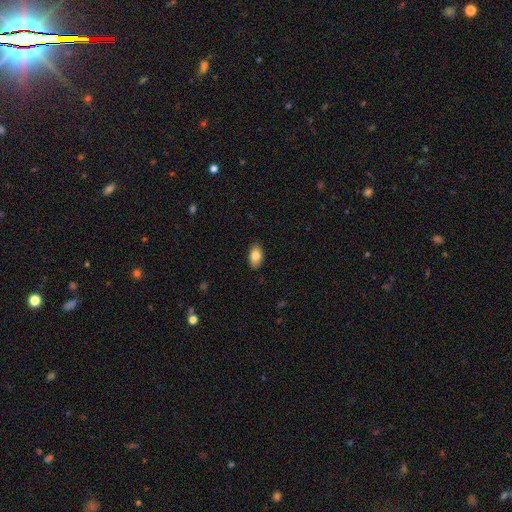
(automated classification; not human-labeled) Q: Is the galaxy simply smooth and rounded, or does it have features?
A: smooth — 82%.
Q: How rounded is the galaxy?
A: in between — 92%.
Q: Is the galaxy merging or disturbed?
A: none — 87%.